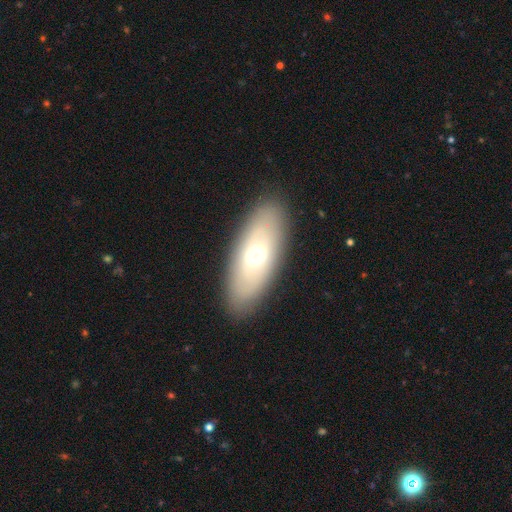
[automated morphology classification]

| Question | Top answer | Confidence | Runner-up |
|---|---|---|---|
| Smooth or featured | smooth | 54% | featured or disk (39%) |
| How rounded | in between | 79% | cigar-shaped (17%) |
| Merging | none | 88% | minor disturbance (8%) |